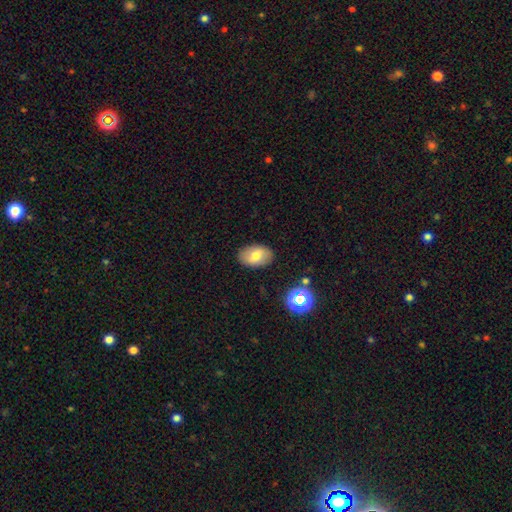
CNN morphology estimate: The model was most divided on "smooth or featured": smooth: 69%, featured or disk: 22%, star or artifact: 9%. More confident: how rounded — in between (88%); merging — none (87%).